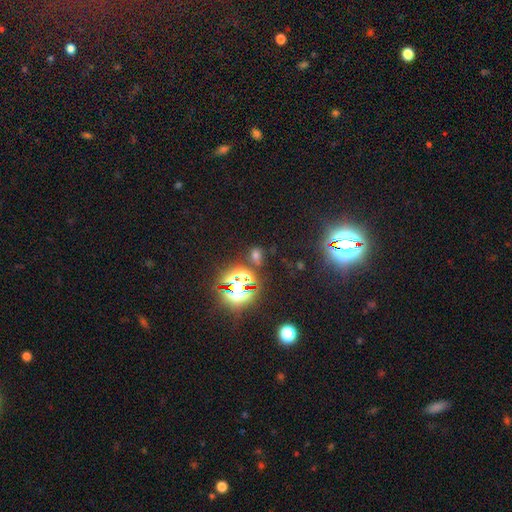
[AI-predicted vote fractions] smooth-or-featured: star or artifact: 49% | smooth: 42% | featured or disk: 9%